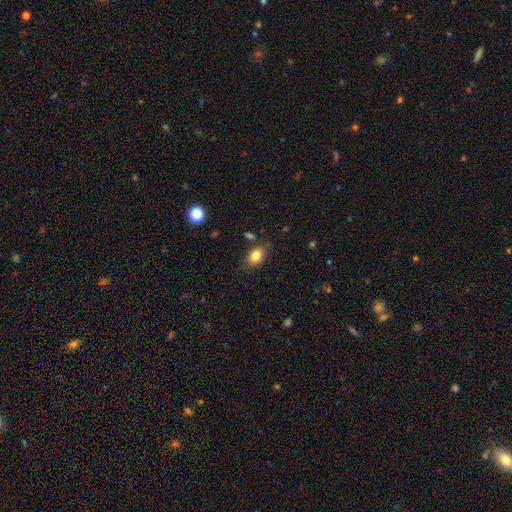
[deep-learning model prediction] This is clearly a smooth galaxy (83%). How rounded: clearly in between (83%). Merging: likely none (79%).